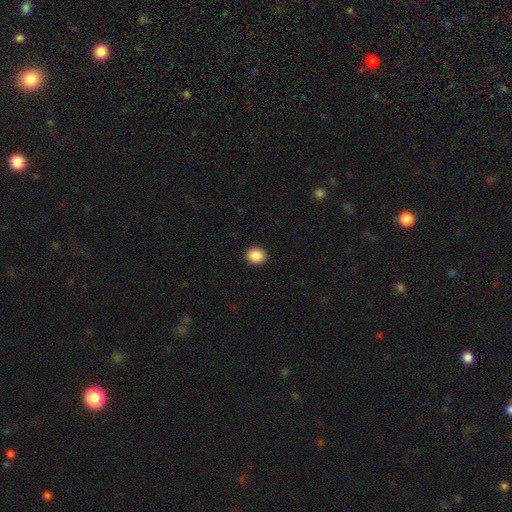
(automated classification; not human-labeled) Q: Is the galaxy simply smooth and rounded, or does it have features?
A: smooth — 89%.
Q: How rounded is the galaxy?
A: round — 63%.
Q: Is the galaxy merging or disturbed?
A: none — 92%.